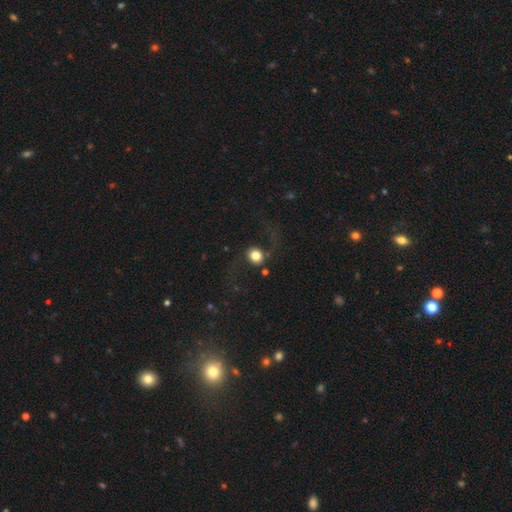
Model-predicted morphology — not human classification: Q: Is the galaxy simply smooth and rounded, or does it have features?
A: smooth — 66%.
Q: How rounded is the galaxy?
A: round — 79%.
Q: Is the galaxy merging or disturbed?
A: none — 65%.